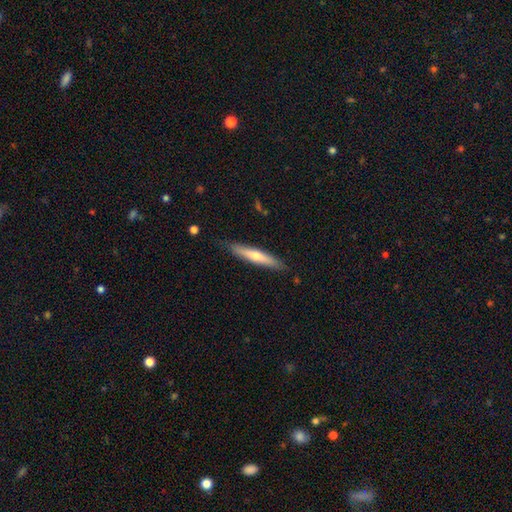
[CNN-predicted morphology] Q: Smooth or featured?
A: smooth (50%); runner-up: featured or disk (44%)
Q: How rounded?
A: cigar-shaped (91%); runner-up: in between (8%)
Q: Merging?
A: none (87%); runner-up: minor disturbance (10%)